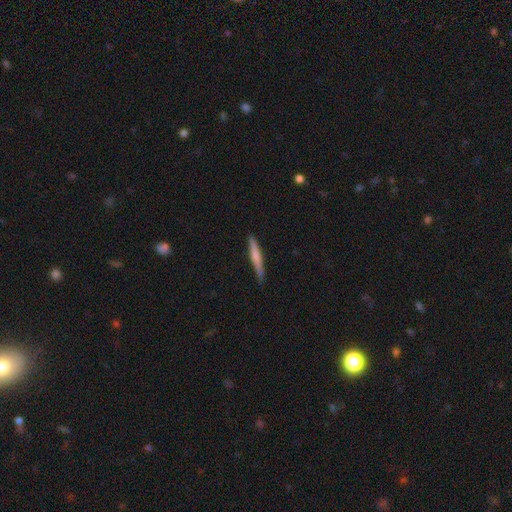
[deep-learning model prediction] Smooth or featured? smooth (61%)
How rounded? cigar-shaped (95%)
Merging? none (79%)